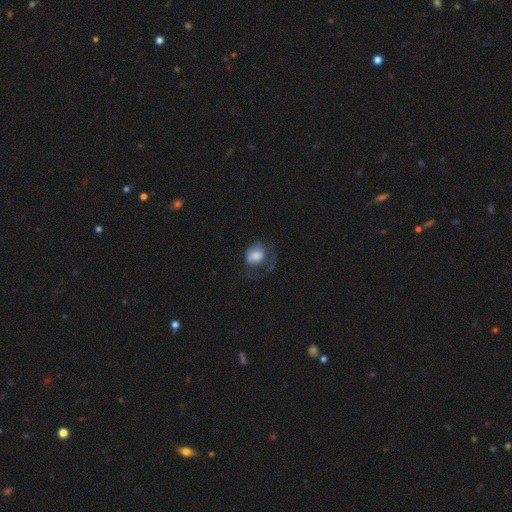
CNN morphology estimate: Q: Smooth or featured?
A: smooth (60%); runner-up: featured or disk (31%)
Q: How rounded?
A: round (52%); runner-up: in between (47%)
Q: Merging?
A: major disturbance (45%); runner-up: none (32%)